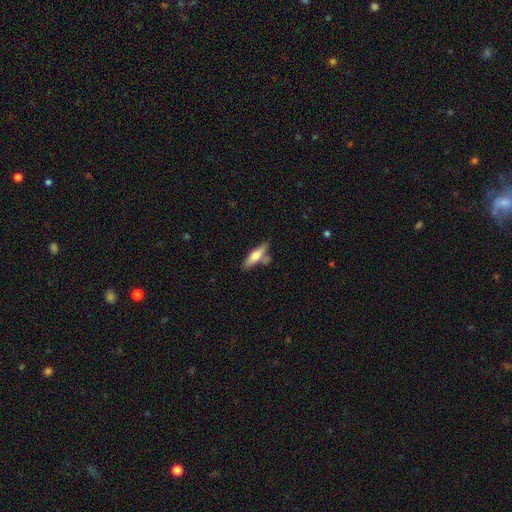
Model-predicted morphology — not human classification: This appears to be a smooth galaxy with no disk features (59%) that is cigar-shaped (59%). Merging: none (63%).